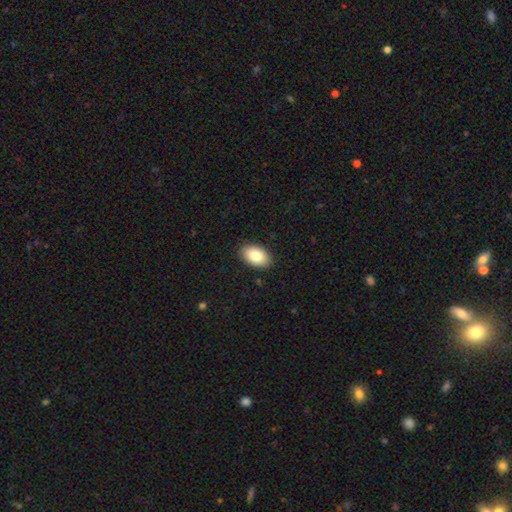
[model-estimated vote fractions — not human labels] The model was most divided on "smooth or featured": smooth: 83%, featured or disk: 10%, star or artifact: 7%. More confident: how rounded — in between (92%); merging — none (89%).